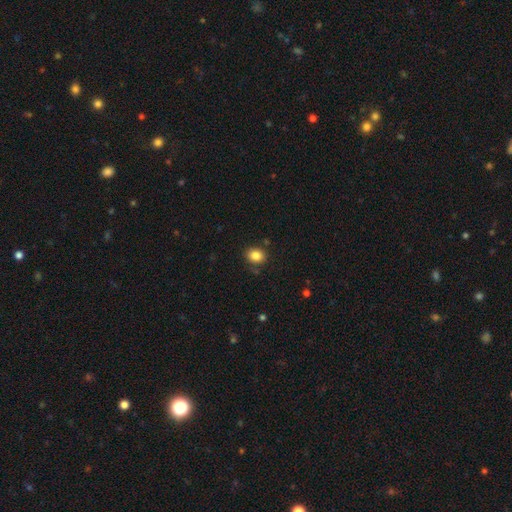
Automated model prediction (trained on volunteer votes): smooth_or_featured: smooth (p=0.85) [alt: star or artifact p=0.10]
how_rounded: round (p=0.51) [alt: in between p=0.48]
merging: none (p=0.83) [alt: minor disturbance p=0.11]